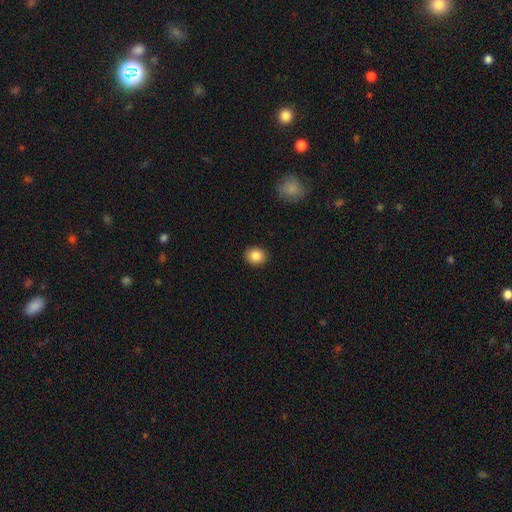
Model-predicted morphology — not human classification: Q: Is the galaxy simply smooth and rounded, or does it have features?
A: smooth — 86%.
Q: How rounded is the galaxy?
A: round — 62%.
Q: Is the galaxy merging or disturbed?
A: none — 91%.